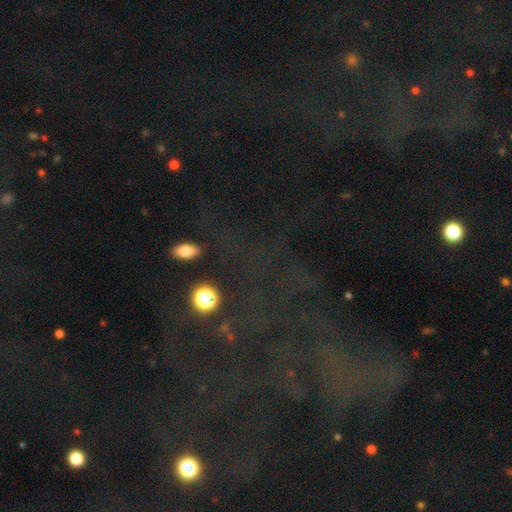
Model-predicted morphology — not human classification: Q: Smooth or featured?
A: star or artifact (69%); runner-up: featured or disk (16%)